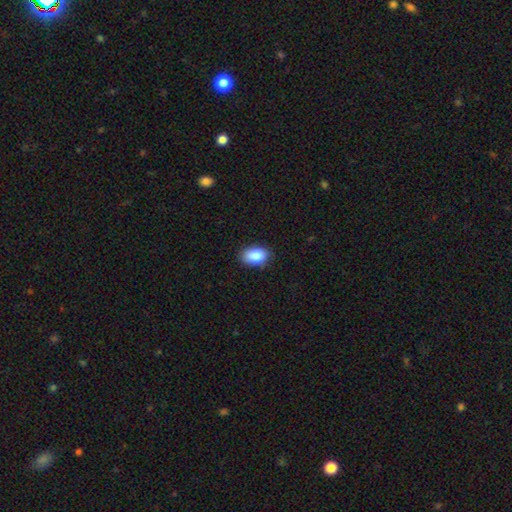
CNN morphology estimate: smooth_or_featured: smooth (p=0.87) [alt: star or artifact p=0.07]
how_rounded: in between (p=0.89) [alt: round p=0.09]
merging: none (p=0.85) [alt: minor disturbance p=0.12]